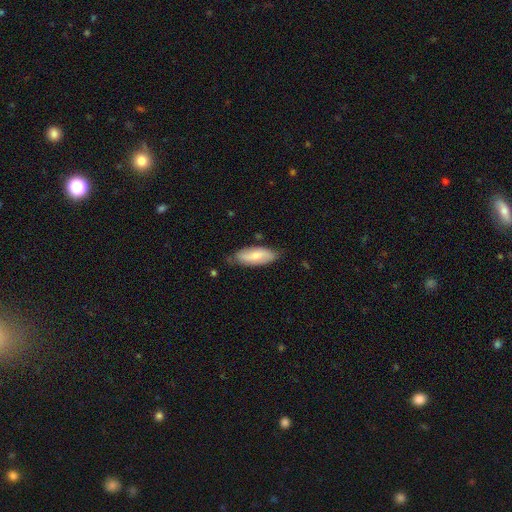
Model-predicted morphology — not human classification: type=smooth (64%); roundness=in between (77%); merging=none (75%).